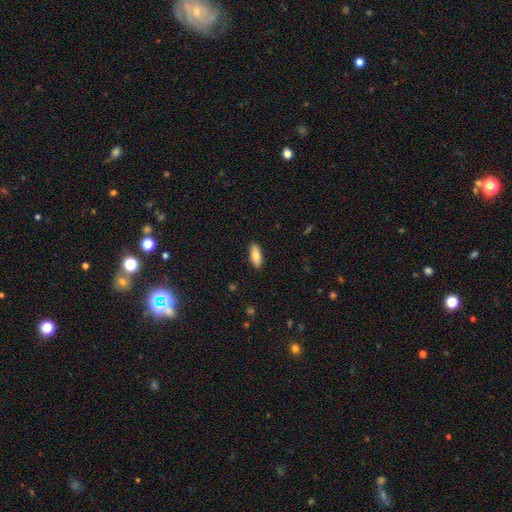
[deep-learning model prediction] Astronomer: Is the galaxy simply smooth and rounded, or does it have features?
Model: smooth — 79%.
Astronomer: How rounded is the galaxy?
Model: in between — 80%.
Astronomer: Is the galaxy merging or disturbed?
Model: none — 90%.